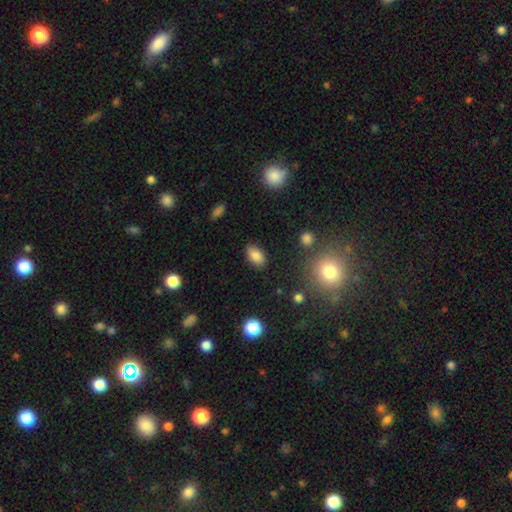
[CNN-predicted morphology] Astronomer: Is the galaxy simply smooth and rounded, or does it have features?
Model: smooth — 84%.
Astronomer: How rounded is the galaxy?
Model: in between — 90%.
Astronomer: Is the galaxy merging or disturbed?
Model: none — 86%.